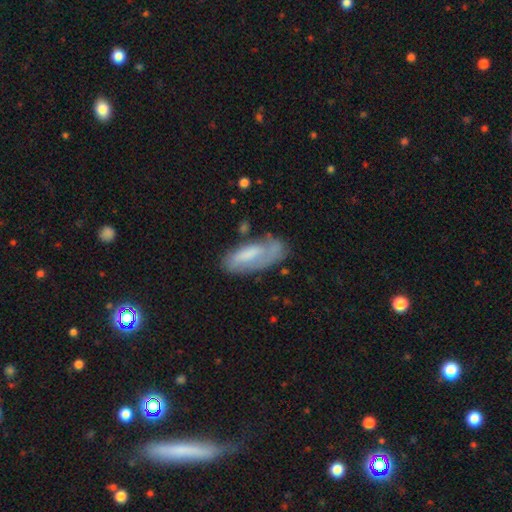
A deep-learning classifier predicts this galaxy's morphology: This is possibly a featured or disk galaxy (49%). Merging: likely none (62%).